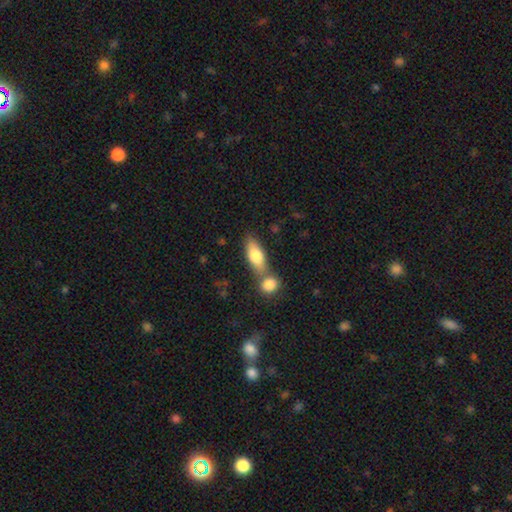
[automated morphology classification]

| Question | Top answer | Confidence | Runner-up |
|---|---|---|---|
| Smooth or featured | smooth | 74% | featured or disk (20%) |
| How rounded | in between | 72% | cigar-shaped (23%) |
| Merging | none | 51% | merger (35%) |